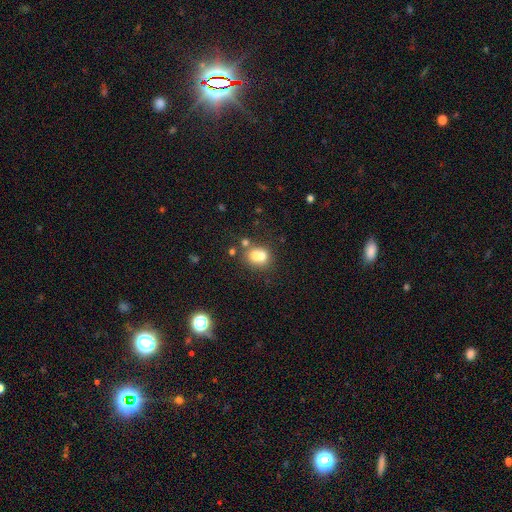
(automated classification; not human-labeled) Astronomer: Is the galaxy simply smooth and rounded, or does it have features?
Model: smooth — 66%.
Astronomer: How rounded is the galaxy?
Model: round — 69%.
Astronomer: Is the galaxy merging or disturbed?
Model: merger — 57% (runner-up: none, 32%).